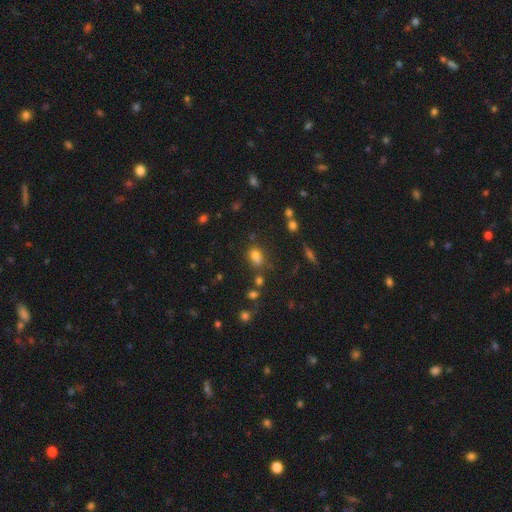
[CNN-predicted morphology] smooth_or_featured: smooth (p=0.76) [alt: star or artifact p=0.16]
how_rounded: in between (p=0.73) [alt: round p=0.24]
merging: none (p=0.63) [alt: minor disturbance p=0.17]